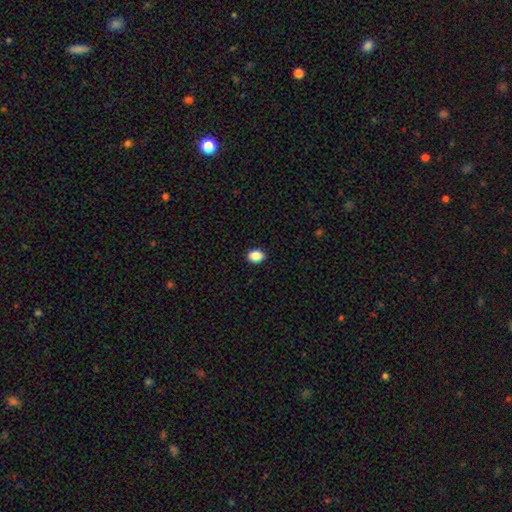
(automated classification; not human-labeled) smooth 88%, star or artifact 8%, featured or disk 3%. Down the decision tree: how rounded — in between (72%); merging — none (91%).